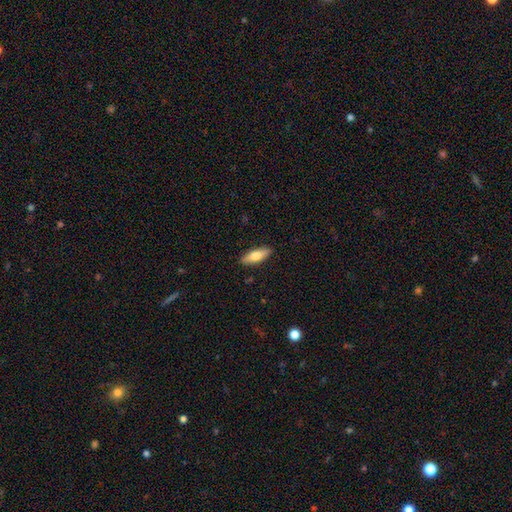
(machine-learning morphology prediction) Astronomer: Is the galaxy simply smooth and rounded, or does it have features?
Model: smooth — 72%.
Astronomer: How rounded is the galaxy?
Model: in between — 60% (runner-up: cigar-shaped, 38%).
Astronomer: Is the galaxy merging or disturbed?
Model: none — 89%.